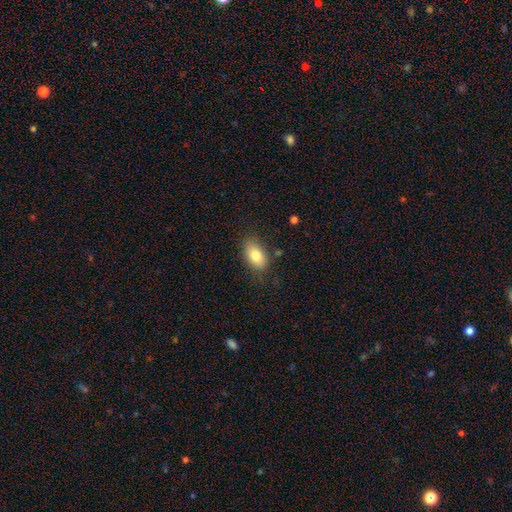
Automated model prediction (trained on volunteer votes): Smooth or featured? smooth (81%)
How rounded? in between (91%)
Merging? none (76%)